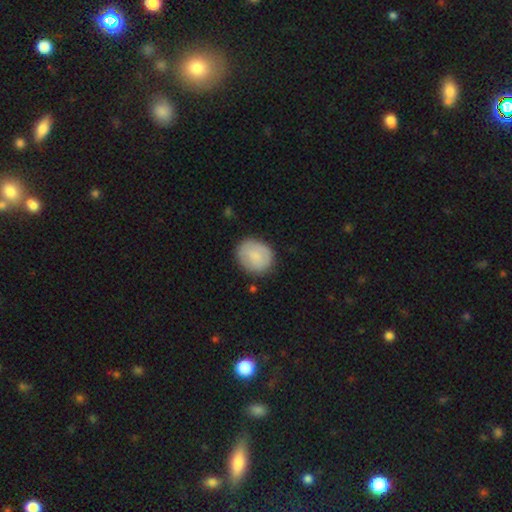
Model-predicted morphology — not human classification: A smooth galaxy with no disk features (78%) that is round (65%). Merging: none (80%).